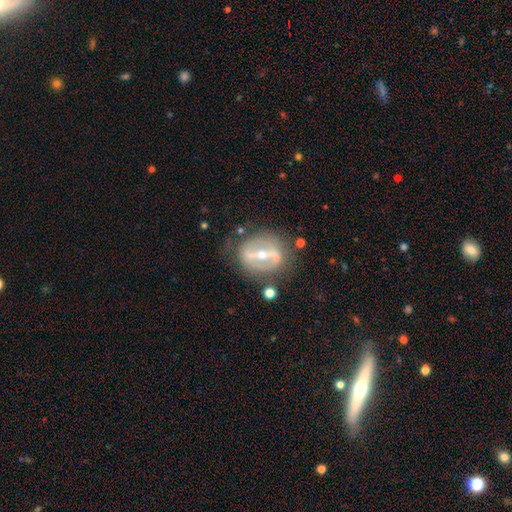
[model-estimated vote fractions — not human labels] Smooth or featured: featured or disk — 80% (smooth — 13%)
Edge-on disk: no — 91% (yes — 9%)
Bar: strong — 73% (weak — 19%)
Spiral arms: no — 55% (yes — 45%)
Bulge size: moderate — 49% (small — 48%)
Merging: none — 70% (minor disturbance — 17%)